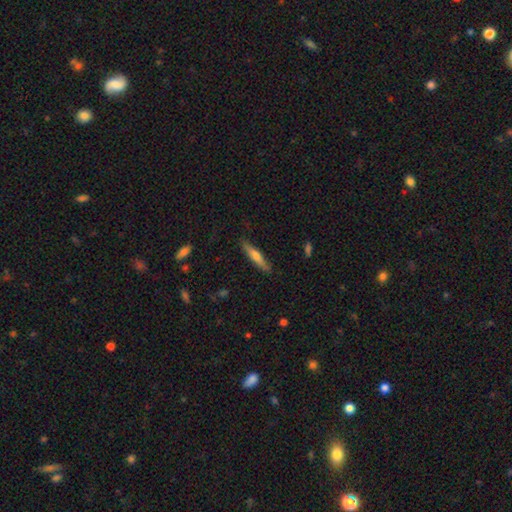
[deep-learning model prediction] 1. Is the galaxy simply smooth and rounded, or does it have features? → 60% smooth, 35% featured or disk, 6% star or artifact.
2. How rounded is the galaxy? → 88% cigar-shaped, 10% in between, 1% round.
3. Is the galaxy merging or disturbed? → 85% none, 12% minor disturbance, 2% major disturbance, 1% merger.